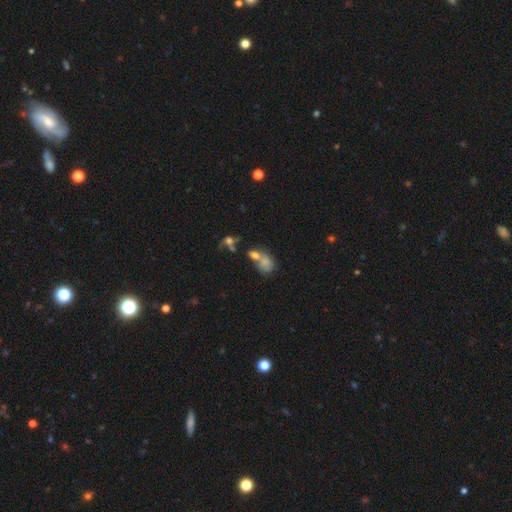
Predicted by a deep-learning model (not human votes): Morphology: type=smooth (66%); roundness=in between (66%); merging=merger (53%).